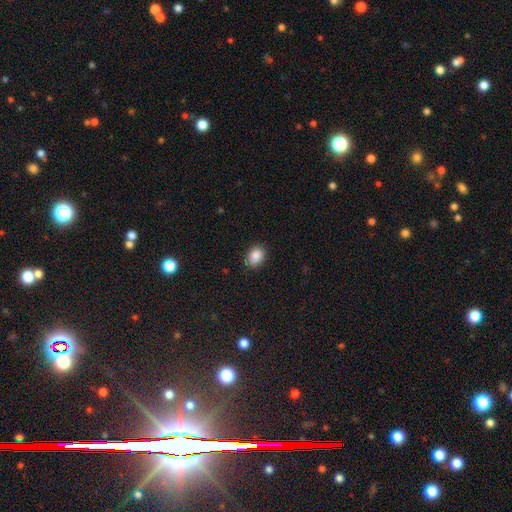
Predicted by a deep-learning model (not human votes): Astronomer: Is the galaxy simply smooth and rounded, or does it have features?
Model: smooth — 86%.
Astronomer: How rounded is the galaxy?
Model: in between — 60% (runner-up: round, 40%).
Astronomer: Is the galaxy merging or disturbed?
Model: none — 83%.